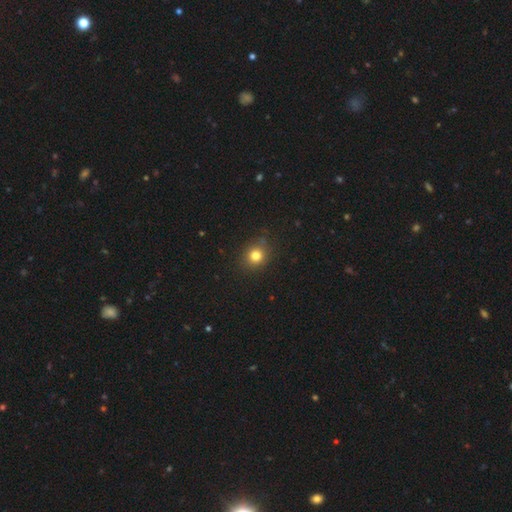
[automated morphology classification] The model was most divided on "how rounded": round: 79%, in between: 20%, cigar-shaped: 1%. More confident: merging — none (85%); smooth or featured — smooth (80%).